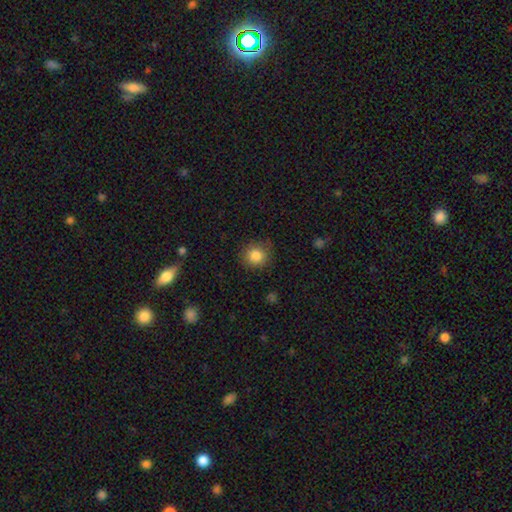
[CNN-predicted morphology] A smooth galaxy with no disk features (85%) that is round (88%). Merging: none (83%).